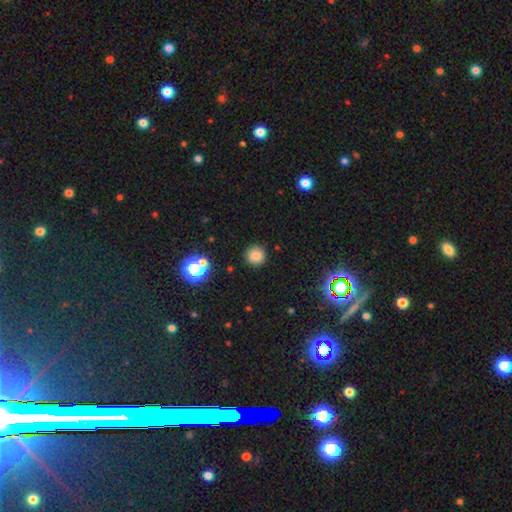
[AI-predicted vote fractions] Smooth or featured? smooth (80%)
How rounded? round (95%)
Merging? none (90%)